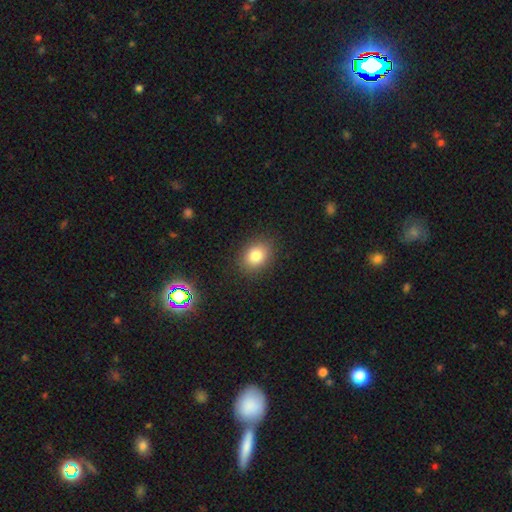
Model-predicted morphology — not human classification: This is clearly a smooth galaxy (81%). How rounded: possibly in between (56%). Merging: clearly none (87%).